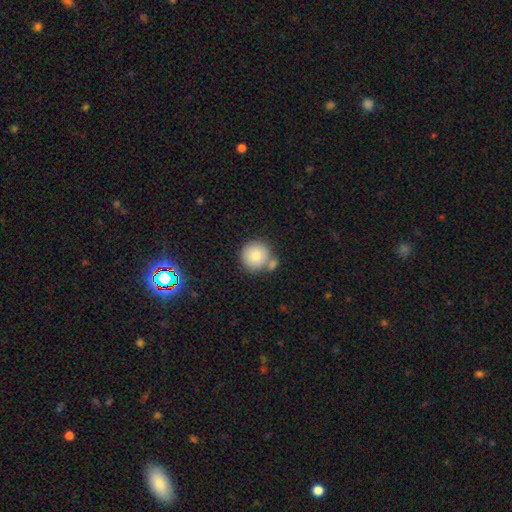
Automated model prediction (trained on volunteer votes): The model was most divided on "merging": none: 60%, merger: 24%, minor disturbance: 12%, major disturbance: 4%. More confident: how rounded — round (93%); smooth or featured — smooth (84%).